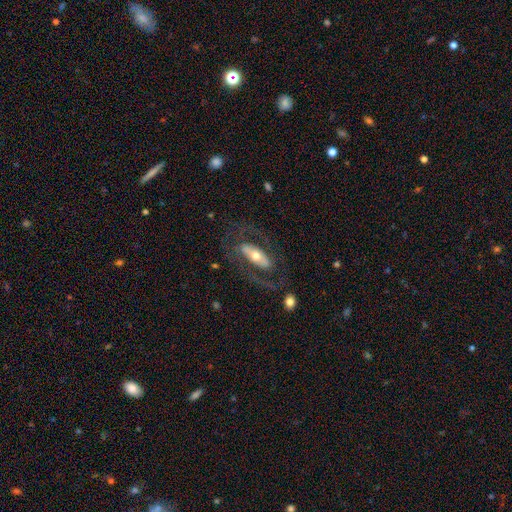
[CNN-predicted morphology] Smooth or featured? Predicted: featured or disk (p=0.68). Edge-on disk? Predicted: no (p=0.86). Bar? Predicted: no (p=0.43). Spiral arms? Predicted: yes (p=0.64). Bulge size? Predicted: moderate (p=0.62). Merging? Predicted: none (p=0.67).